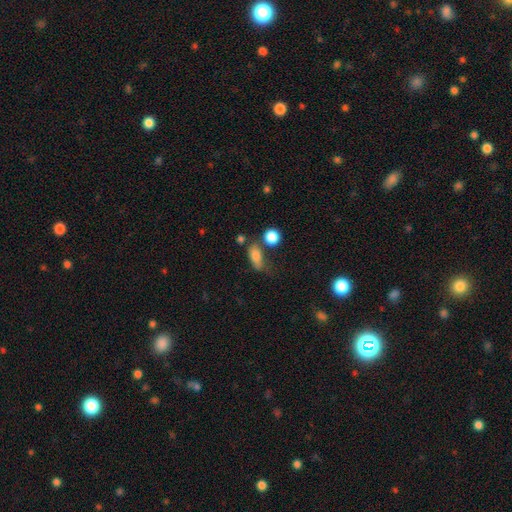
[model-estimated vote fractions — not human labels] smooth_or_featured: smooth (p=0.79) [alt: star or artifact p=0.11]
how_rounded: in between (p=0.72) [alt: cigar-shaped p=0.15]
merging: none (p=0.48) [alt: minor disturbance p=0.25]